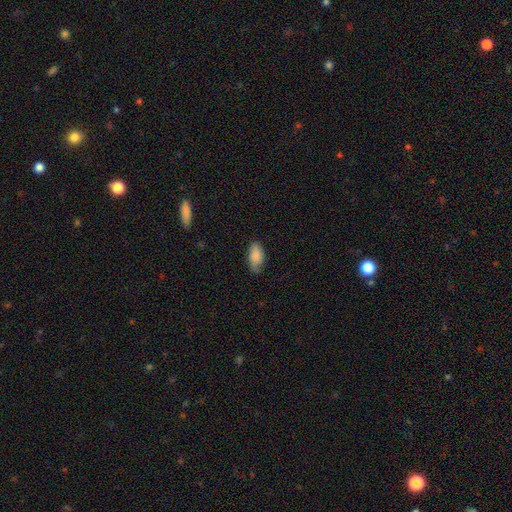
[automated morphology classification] Overall: smooth (86%). How rounded: in between (92%). Merging: none (71%).